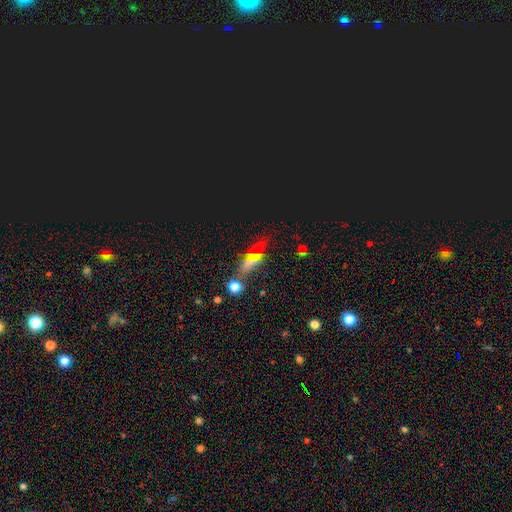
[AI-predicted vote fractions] Smooth or featured? Predicted: star or artifact (p=0.43).